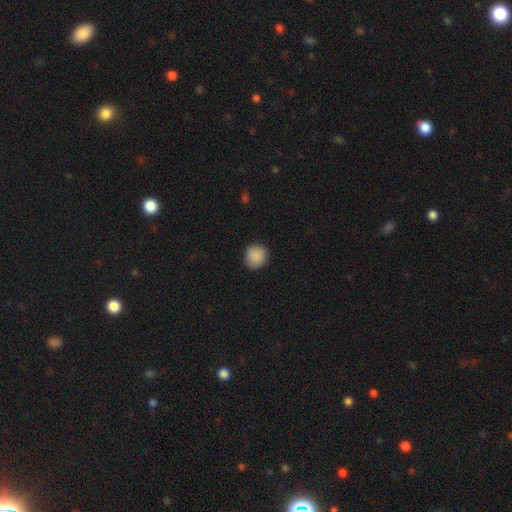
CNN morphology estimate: The model was most divided on "merging": none: 89%, minor disturbance: 8%, major disturbance: 2%, merger: 1%. More confident: how rounded — round (90%); smooth or featured — smooth (89%).